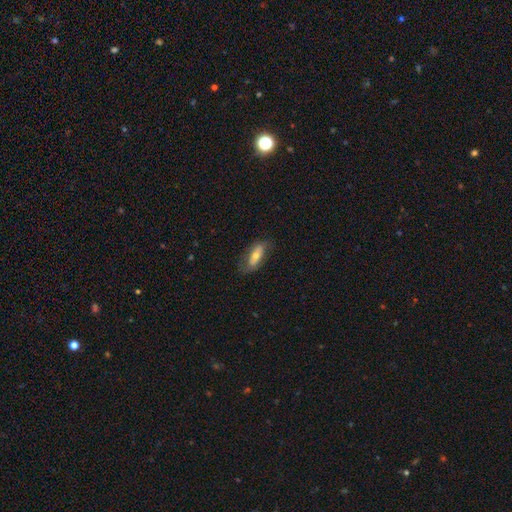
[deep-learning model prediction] A smooth galaxy with no disk features (54%) that is in between round and cigar-shaped (73%). Merging: none (70%).